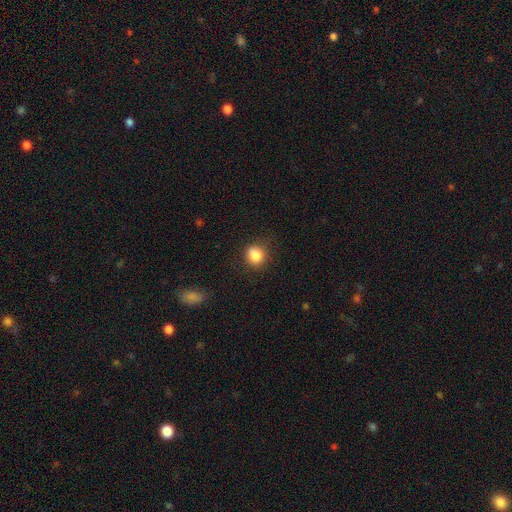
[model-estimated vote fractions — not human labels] Morphology: type=smooth (83%); roundness=round (76%); merging=none (77%).